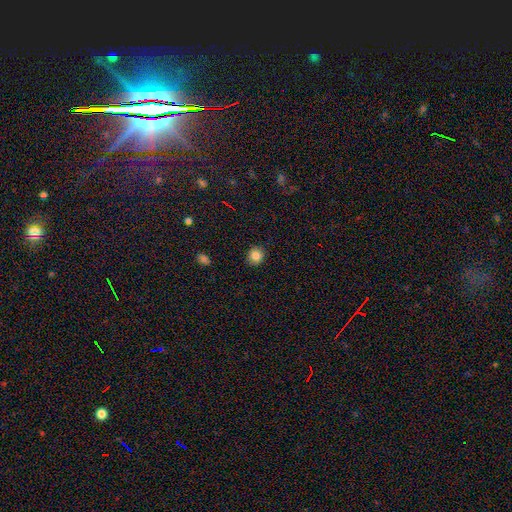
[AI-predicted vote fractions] Q: Smooth or featured?
A: smooth (84%); runner-up: star or artifact (11%)
Q: How rounded?
A: round (81%); runner-up: in between (18%)
Q: Merging?
A: none (89%); runner-up: minor disturbance (8%)